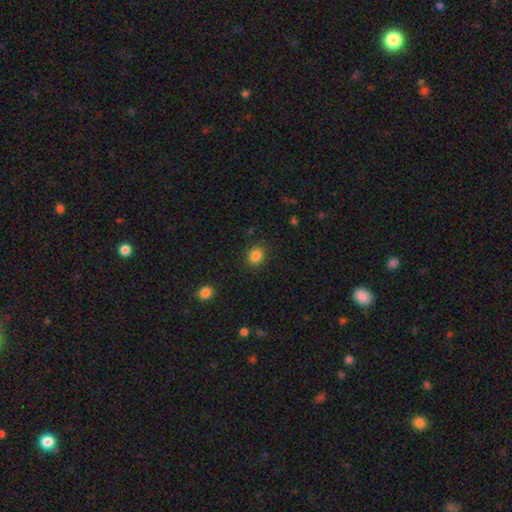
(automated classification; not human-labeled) Q: Smooth or featured?
A: smooth (85%); runner-up: star or artifact (11%)
Q: How rounded?
A: round (62%); runner-up: in between (37%)
Q: Merging?
A: none (87%); runner-up: minor disturbance (9%)